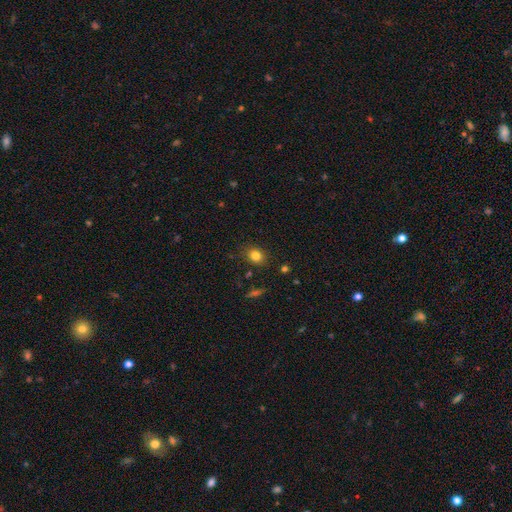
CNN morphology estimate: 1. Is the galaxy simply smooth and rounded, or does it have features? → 81% smooth, 12% star or artifact, 7% featured or disk.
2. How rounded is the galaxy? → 61% round, 37% in between, 1% cigar-shaped.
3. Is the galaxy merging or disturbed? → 85% none, 11% minor disturbance, 3% major disturbance, 2% merger.